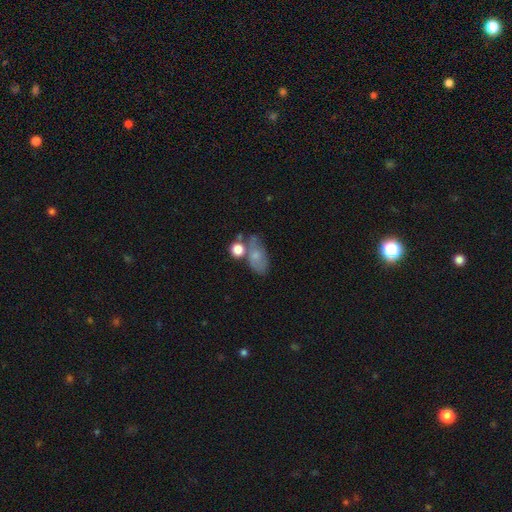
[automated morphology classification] Smooth or featured? Predicted: smooth (p=0.63). How rounded? Predicted: in between (p=0.79). Merging? Predicted: none (p=0.37).